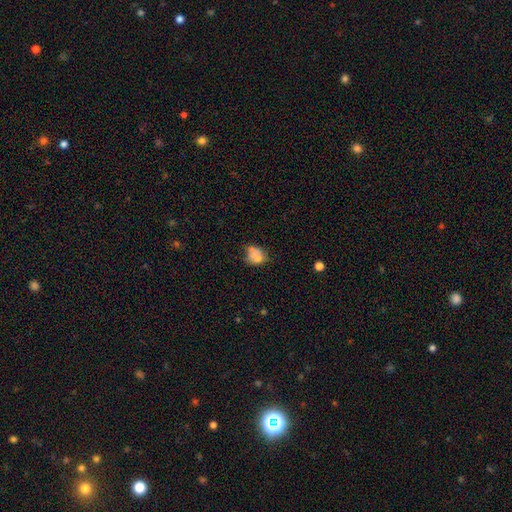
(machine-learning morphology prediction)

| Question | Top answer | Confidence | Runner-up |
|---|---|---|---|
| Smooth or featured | smooth | 67% | featured or disk (20%) |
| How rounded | in between | 55% | round (44%) |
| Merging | none | 41% | minor disturbance (24%) |